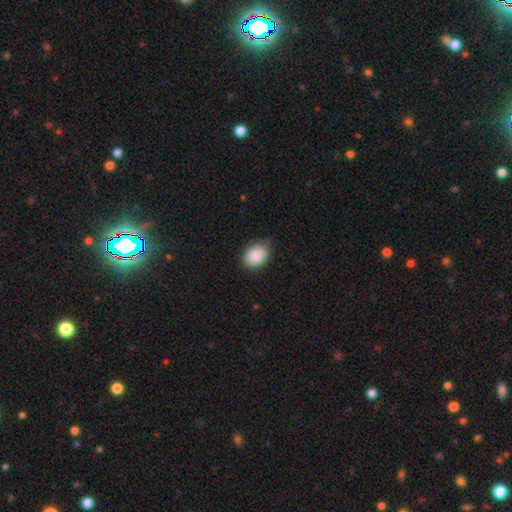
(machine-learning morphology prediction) smooth-or-featured: smooth: 89% | star or artifact: 7% | featured or disk: 3%
  how-rounded: in between: 69% | round: 30% | cigar-shaped: 1%
  merging: none: 74% | minor disturbance: 22% | major disturbance: 4% | merger: 1%